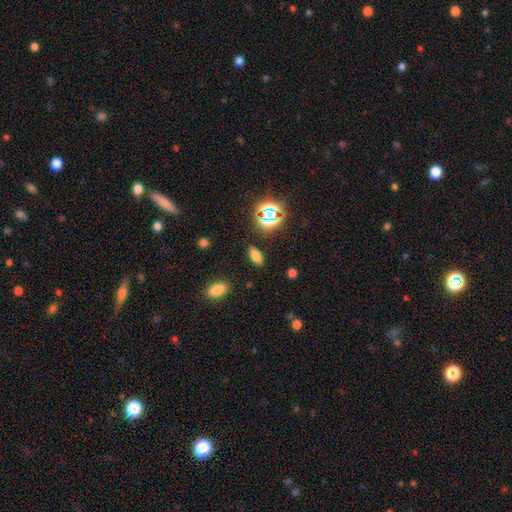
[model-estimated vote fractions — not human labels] A smooth galaxy with no disk features (70%) that is in between round and cigar-shaped (85%). Merging: none (87%).